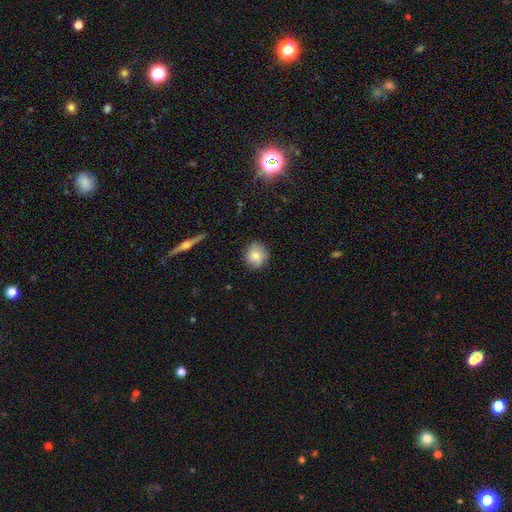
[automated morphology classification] A smooth galaxy with no disk features (71%) that is round (82%).

Vote fractions:
- Smooth or featured? smooth: 71% / featured or disk: 20% / star or artifact: 9%
- How rounded? round: 82% / in between: 17% / cigar-shaped: 1%
- Merging? none: 78% / minor disturbance: 17% / major disturbance: 4% / merger: 1%